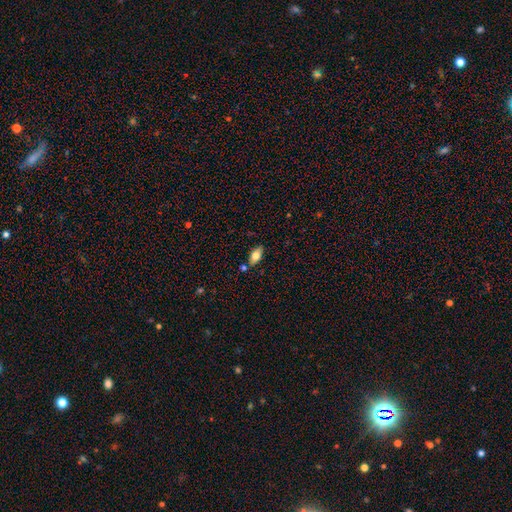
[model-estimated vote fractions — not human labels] The model was most divided on "smooth or featured": smooth: 70%, featured or disk: 23%, star or artifact: 7%. More confident: how rounded — in between (86%); merging — none (78%).